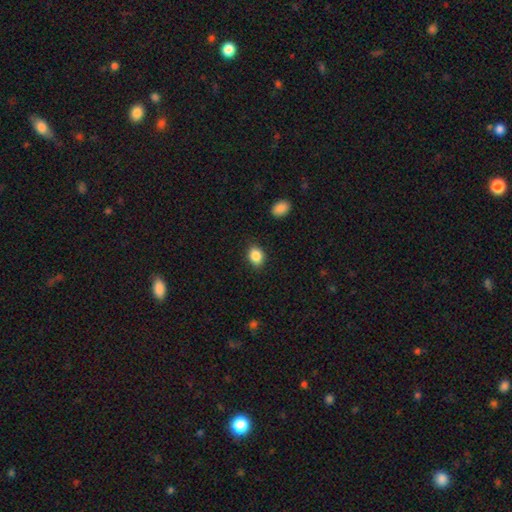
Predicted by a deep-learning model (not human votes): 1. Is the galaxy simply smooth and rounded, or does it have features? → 87% smooth, 9% star or artifact, 4% featured or disk.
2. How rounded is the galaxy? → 63% in between, 36% round, 1% cigar-shaped.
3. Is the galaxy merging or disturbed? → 86% none, 10% minor disturbance, 3% major disturbance, 1% merger.